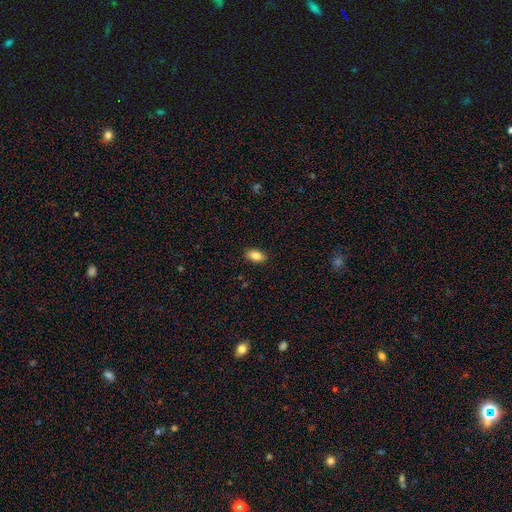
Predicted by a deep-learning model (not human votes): This appears to be a smooth galaxy with no disk features (86%) that is in between round and cigar-shaped (91%). Merging: none (89%).